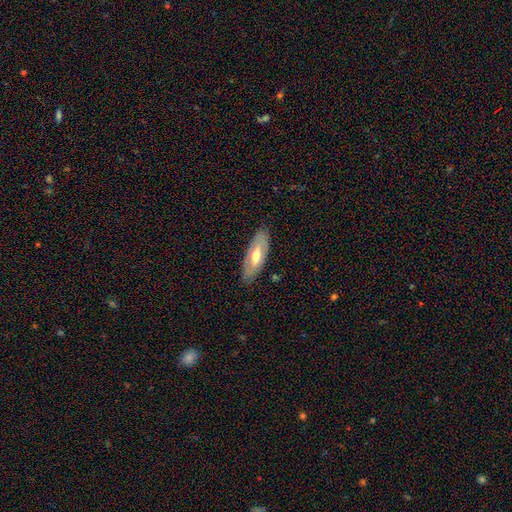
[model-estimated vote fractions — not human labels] A featured or disk galaxy (51%). Merging: none (83%).